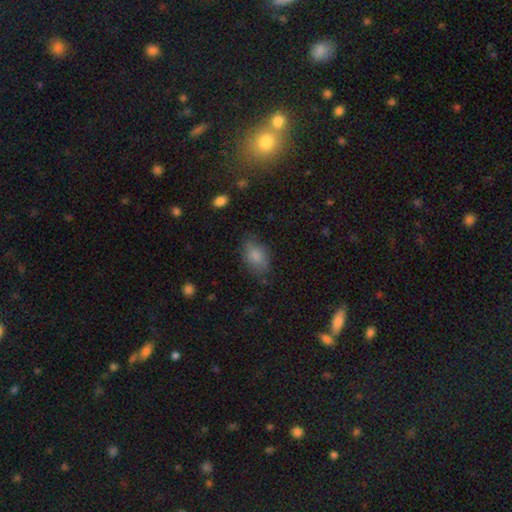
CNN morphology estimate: Q: Smooth or featured?
A: smooth (81%); runner-up: featured or disk (11%)
Q: How rounded?
A: in between (86%); runner-up: round (12%)
Q: Merging?
A: none (67%); runner-up: minor disturbance (24%)